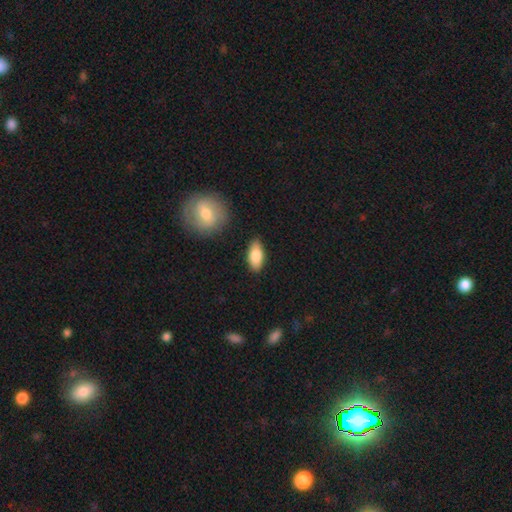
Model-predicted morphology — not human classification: Smooth or featured? smooth (82%)
How rounded? in between (87%)
Merging? none (85%)